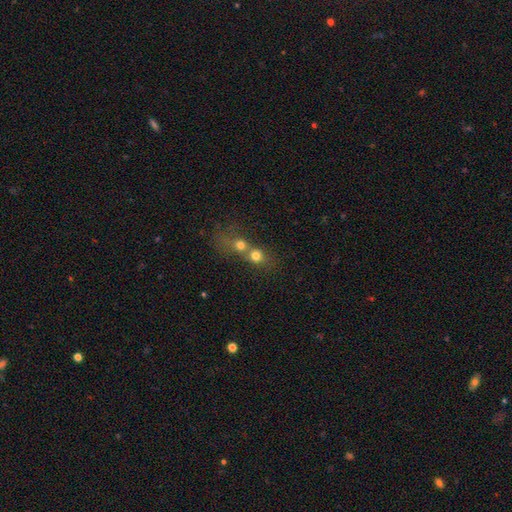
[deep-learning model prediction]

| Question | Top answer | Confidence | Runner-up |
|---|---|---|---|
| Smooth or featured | smooth | 70% | featured or disk (15%) |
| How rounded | round | 77% | in between (21%) |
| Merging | merger | 67% | none (25%) |